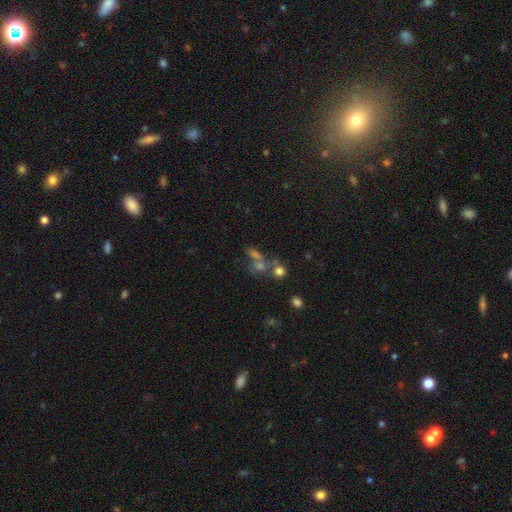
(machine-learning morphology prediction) type=smooth (40%); merging=merger (40%).